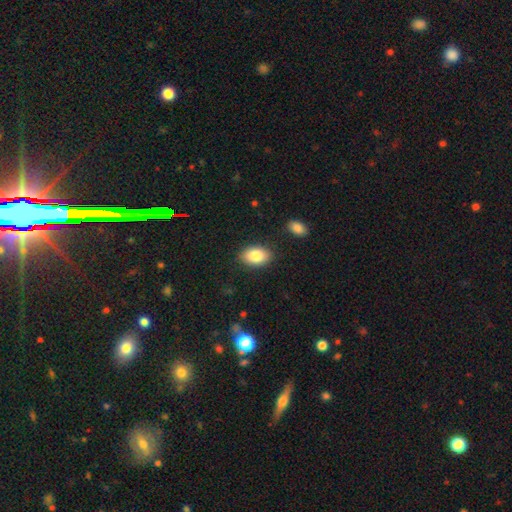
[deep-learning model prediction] smooth_or_featured: smooth (p=0.84) [alt: featured or disk p=0.09]
how_rounded: in between (p=0.88) [alt: round p=0.11]
merging: none (p=0.85) [alt: minor disturbance p=0.10]